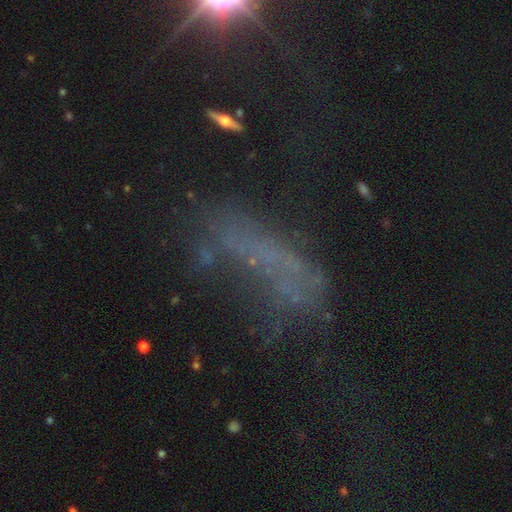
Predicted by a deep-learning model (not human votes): Morphology: type=featured or disk (36%); merging=none (37%).